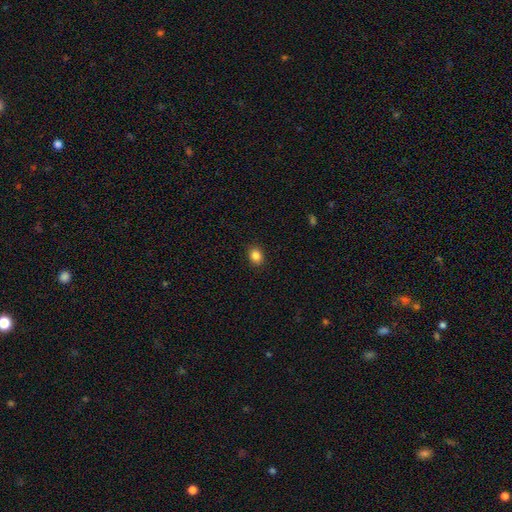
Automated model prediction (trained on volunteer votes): smooth 85%, star or artifact 10%, featured or disk 5%. Down the decision tree: how rounded — round (53%); merging — none (90%).